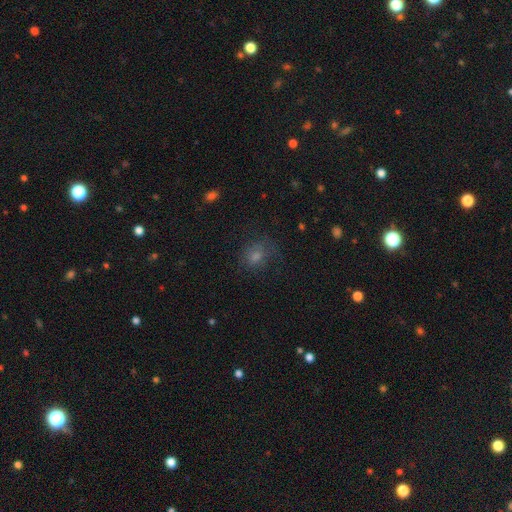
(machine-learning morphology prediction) smooth 58%, star or artifact 28%, featured or disk 15%. Down the decision tree: how rounded — round (66%); merging — none (68%).